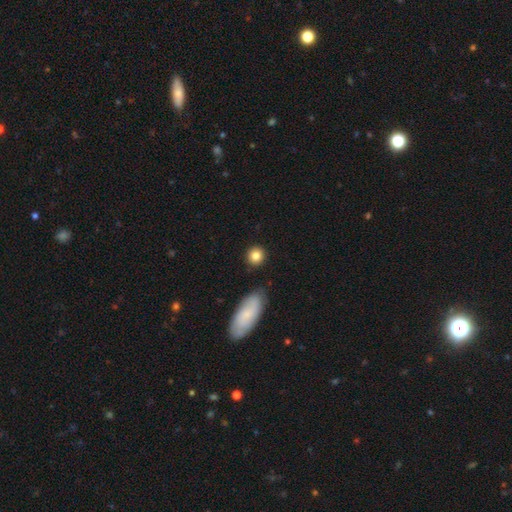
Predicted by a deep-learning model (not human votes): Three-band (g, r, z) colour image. It shows a smooth galaxy with no disk features (83%) that is round (88%). Merging: none (85%).